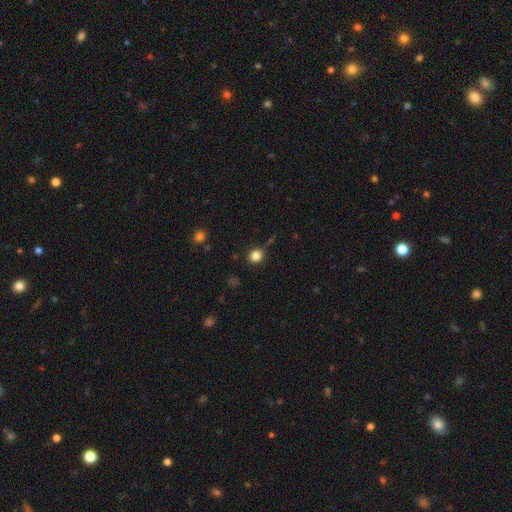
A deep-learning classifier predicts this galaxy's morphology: smooth 83%, star or artifact 13%, featured or disk 5%. Down the decision tree: how rounded — round (84%); merging — none (82%).